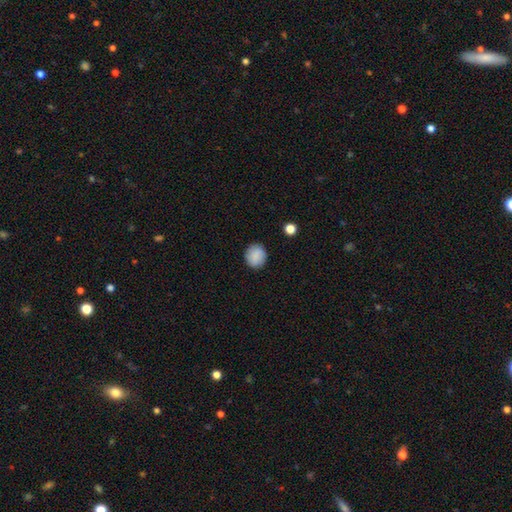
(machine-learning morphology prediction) Overall: smooth (88%). How rounded: round (83%). Merging: none (90%).